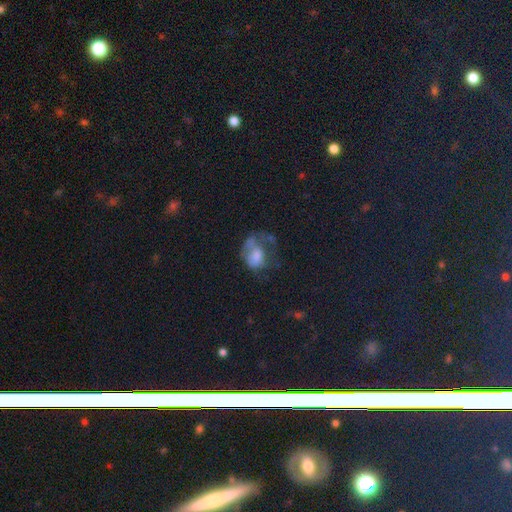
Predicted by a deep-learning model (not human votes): smooth_or_featured: smooth (p=0.54) [alt: featured or disk p=0.34]
how_rounded: in between (p=0.65) [alt: round p=0.34]
merging: major disturbance (p=0.52) [alt: none p=0.22]